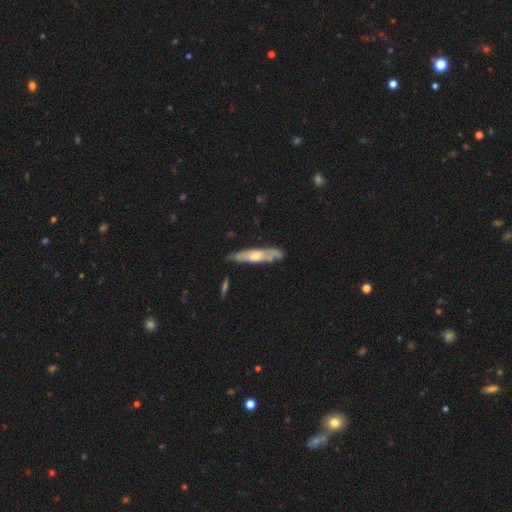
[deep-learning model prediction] Morphology: type=featured or disk (60%); edge-on=yes (64%); merging=none (72%).